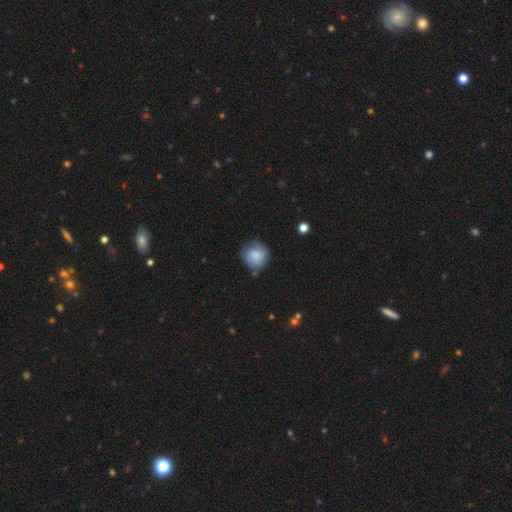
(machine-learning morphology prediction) The model was most divided on "merging": none: 69%, minor disturbance: 23%, major disturbance: 5%, merger: 3%. More confident: how rounded — round (90%); smooth or featured — smooth (82%).